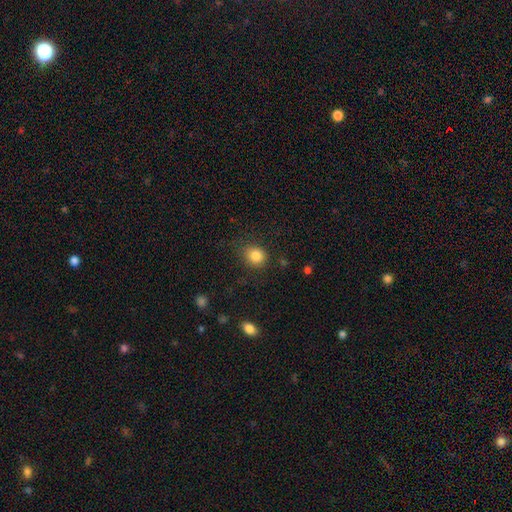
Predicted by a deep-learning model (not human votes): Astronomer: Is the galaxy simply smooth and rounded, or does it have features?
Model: smooth — 84%.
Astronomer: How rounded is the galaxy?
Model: round — 76%.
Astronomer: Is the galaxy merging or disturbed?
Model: none — 78%.